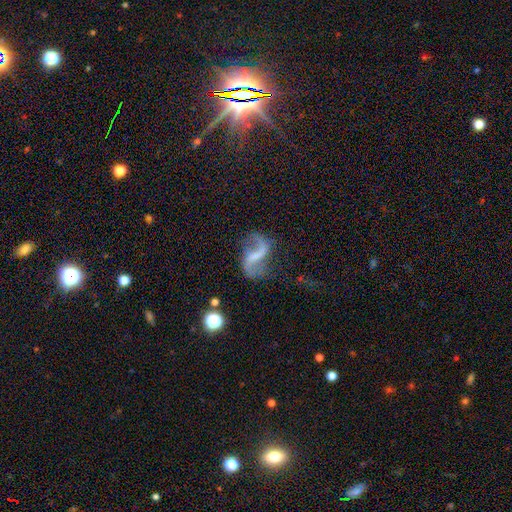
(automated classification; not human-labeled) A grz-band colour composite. It shows a featured or disk galaxy (87%) with a weak bar (45%), 2 (92%) loose (82%) spiral arms (95%) and no central bulge (46%). Merging: none (70%).